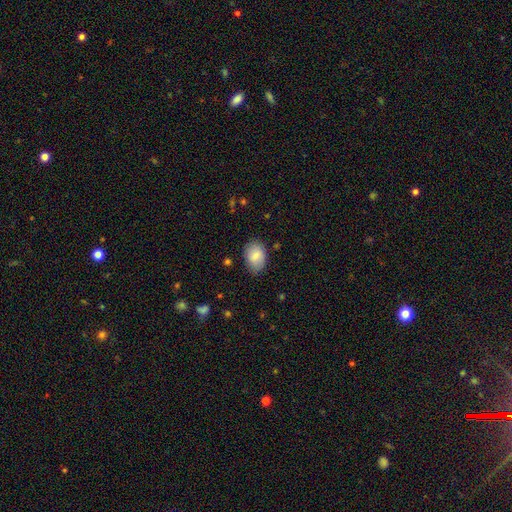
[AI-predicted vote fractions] Overall: smooth (83%). How rounded: in between (81%). Merging: none (79%).